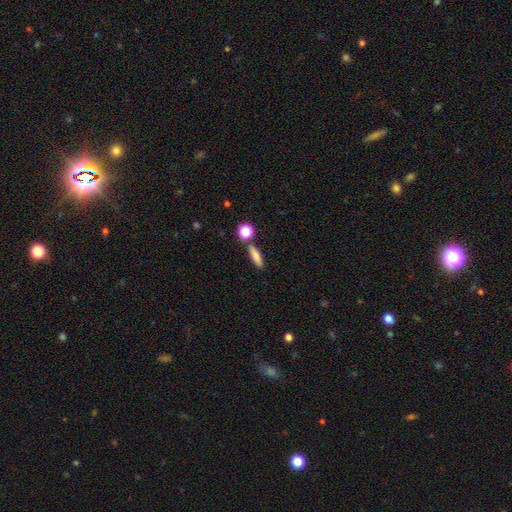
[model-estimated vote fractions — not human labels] Smooth or featured: smooth — 81% (featured or disk — 10%)
How rounded: cigar-shaped — 60% (in between — 33%)
Merging: none — 77% (minor disturbance — 10%)